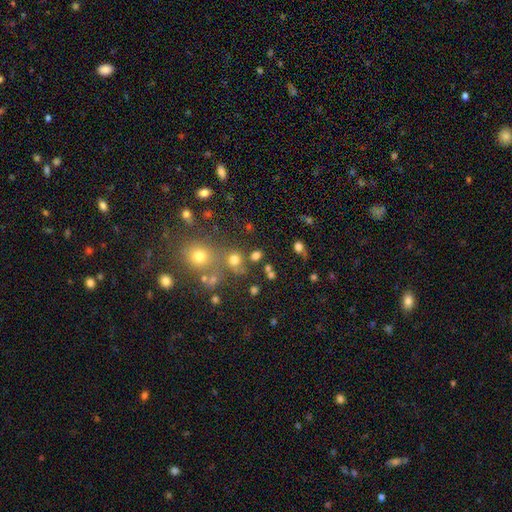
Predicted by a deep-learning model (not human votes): This appears to be a smooth galaxy with no disk features (71%) that is round (76%). Merging: none (65%).